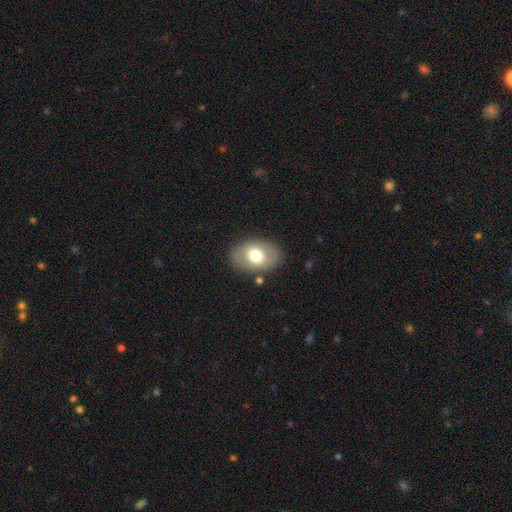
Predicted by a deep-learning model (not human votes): Overall: smooth (65%; featured or disk 28%). How rounded: in between (81%). Merging: none (83%).